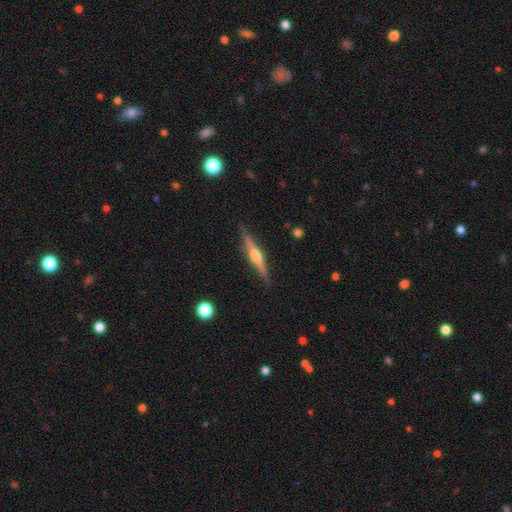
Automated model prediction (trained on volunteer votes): Smooth or featured?
  - featured or disk: 74% *
  - smooth: 21%
  - star or artifact: 6%
Edge-on disk?
  - yes: 98% *
  - no: 2%
Edge-on bulge?
  - rounded: 93% *
  - boxy: 4%
  - none: 3%
Merging?
  - none: 88% *
  - minor disturbance: 9%
  - major disturbance: 2%
  - merger: 1%